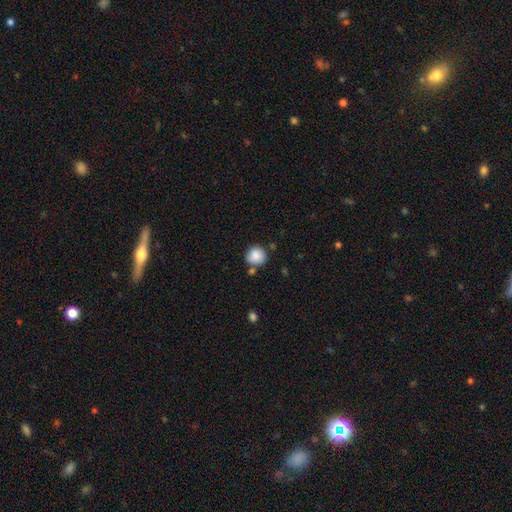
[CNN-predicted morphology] type=smooth (87%); roundness=round (88%); merging=none (74%).